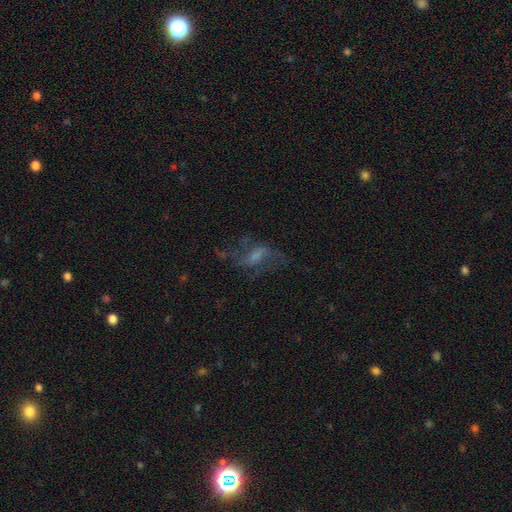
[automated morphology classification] This is likely a featured or disk galaxy (63%). It is clearly not viewed edge-on (93%). Bar: marginally weak (44%). Spiral arm pattern: likely yes (78%). Central bulge: marginally small (35%). Merging: possibly none (55%).